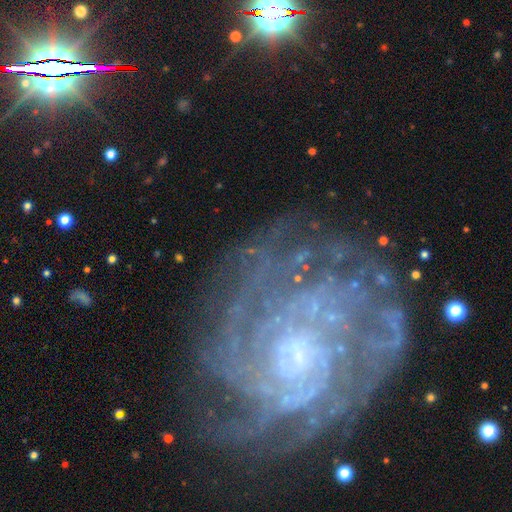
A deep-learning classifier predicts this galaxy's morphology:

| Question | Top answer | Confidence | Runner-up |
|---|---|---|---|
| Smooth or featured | featured or disk | 85% | star or artifact (9%) |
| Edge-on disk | no | 97% | yes (3%) |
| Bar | no | 62% | weak (28%) |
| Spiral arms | yes | 94% | no (6%) |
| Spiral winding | tight | 69% | medium (24%) |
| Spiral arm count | can't tell | 35% | more than 4 (16%) |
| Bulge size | small | 57% | none (19%) |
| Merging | none | 63% | minor disturbance (18%) |